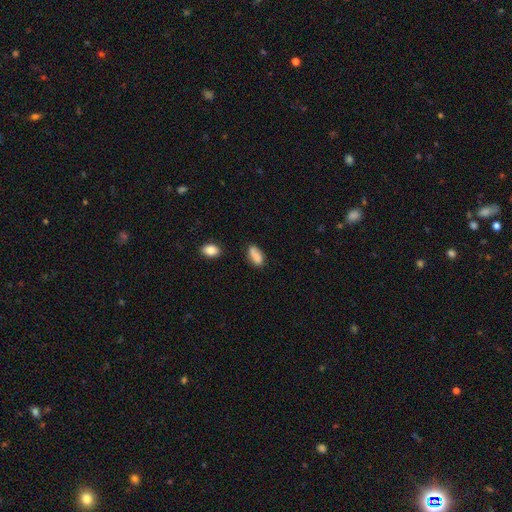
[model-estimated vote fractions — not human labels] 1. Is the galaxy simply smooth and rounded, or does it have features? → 84% smooth, 8% star or artifact, 7% featured or disk.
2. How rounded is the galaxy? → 84% in between, 13% cigar-shaped, 4% round.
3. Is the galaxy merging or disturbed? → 73% none, 17% minor disturbance, 6% merger, 4% major disturbance.